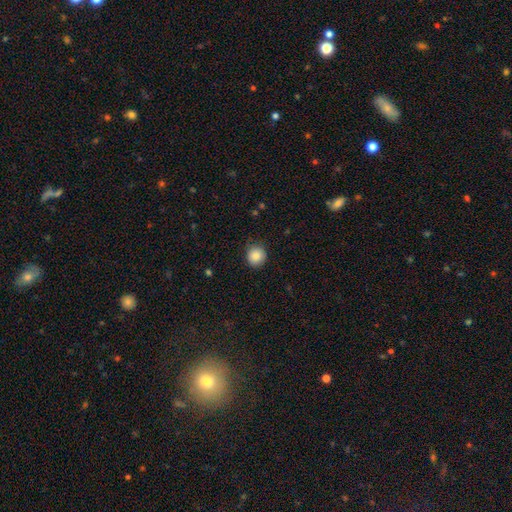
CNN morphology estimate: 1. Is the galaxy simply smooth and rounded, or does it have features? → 85% smooth, 9% star or artifact, 6% featured or disk.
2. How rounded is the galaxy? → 91% round, 8% in between, 1% cigar-shaped.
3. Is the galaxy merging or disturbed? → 85% none, 12% minor disturbance, 3% major disturbance, 1% merger.